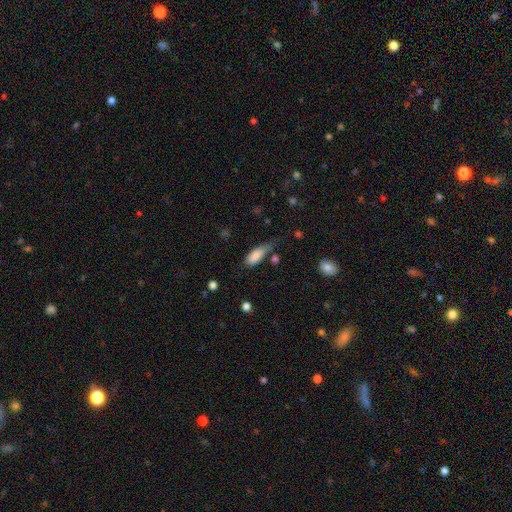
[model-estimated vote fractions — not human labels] Smooth or featured? smooth (83%)
How rounded? in between (79%)
Merging? minor disturbance (39%)